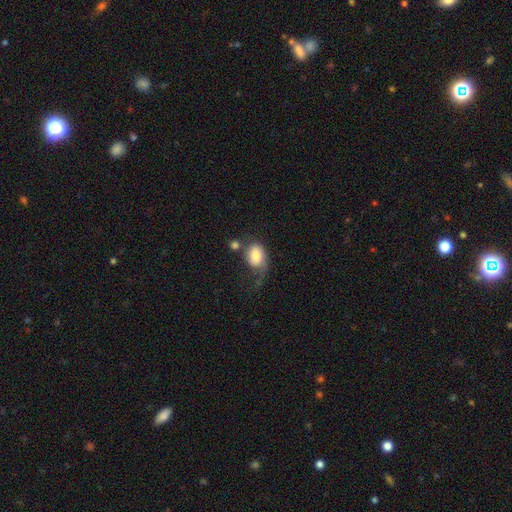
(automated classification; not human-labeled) smooth-or-featured: smooth: 72% | featured or disk: 20% | star or artifact: 8%
  how-rounded: in between: 78% | round: 21% | cigar-shaped: 1%
  merging: major disturbance: 31% | none: 28% | minor disturbance: 24% | merger: 17%